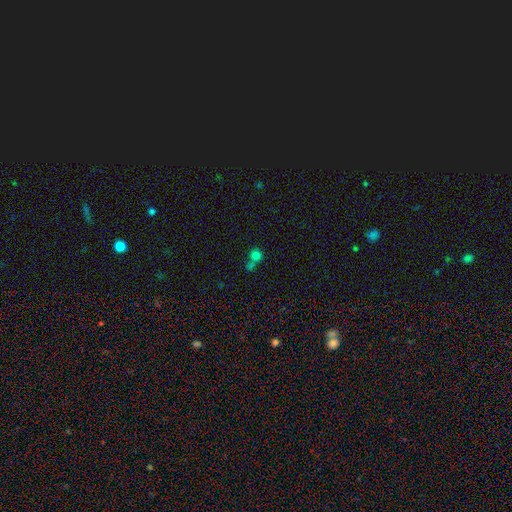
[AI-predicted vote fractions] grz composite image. It shows a smooth galaxy with no disk features (73%) that is round (84%). Merging: merger (46%).